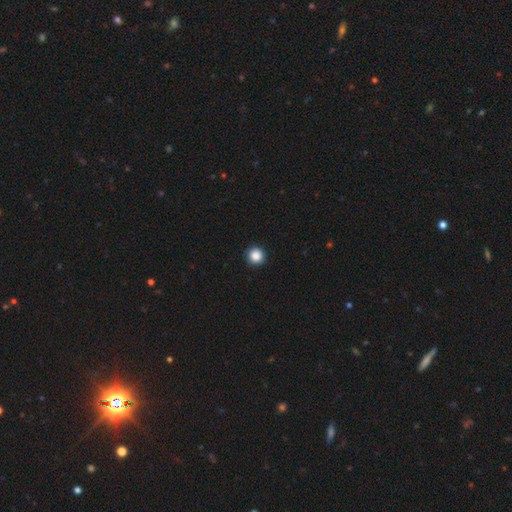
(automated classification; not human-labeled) Smooth or featured: smooth — 87% (star or artifact — 10%)
How rounded: round — 95% (in between — 4%)
Merging: none — 93% (minor disturbance — 5%)